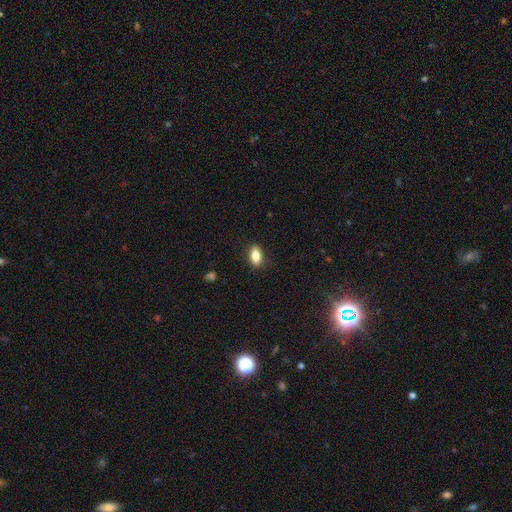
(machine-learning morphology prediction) smooth_or_featured: smooth (p=0.83) [alt: featured or disk p=0.09]
how_rounded: in between (p=0.86) [alt: cigar-shaped p=0.09]
merging: none (p=0.86) [alt: minor disturbance p=0.10]